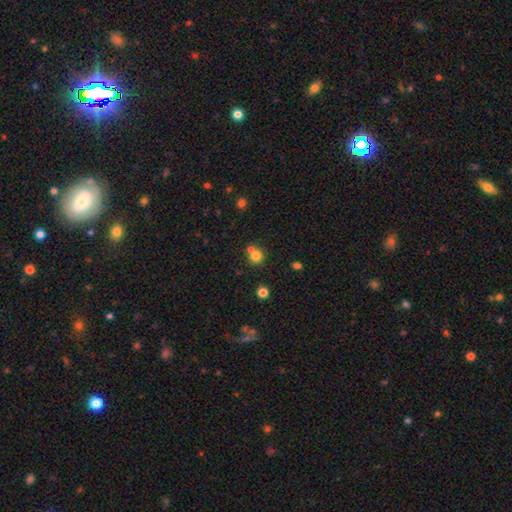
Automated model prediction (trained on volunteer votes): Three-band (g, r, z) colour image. It shows a smooth galaxy with no disk features (78%) that is round (89%). Merging: none (57%).